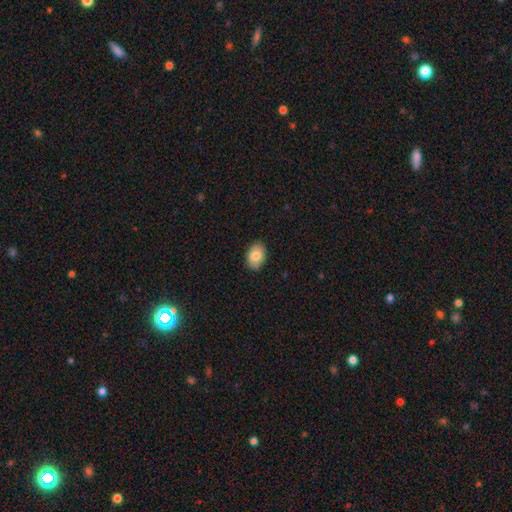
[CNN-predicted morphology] Smooth or featured? smooth (83%)
How rounded? in between (86%)
Merging? none (88%)